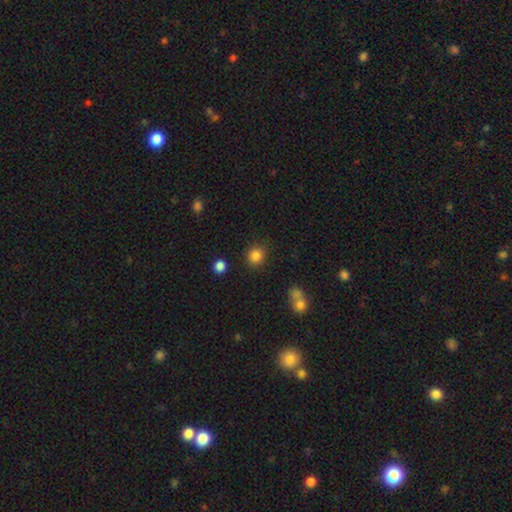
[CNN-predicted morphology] Q: Smooth or featured?
A: smooth (85%); runner-up: star or artifact (11%)
Q: How rounded?
A: round (88%); runner-up: in between (11%)
Q: Merging?
A: none (85%); runner-up: minor disturbance (8%)